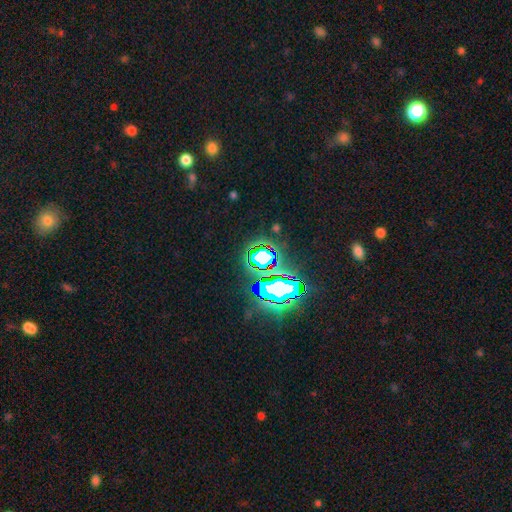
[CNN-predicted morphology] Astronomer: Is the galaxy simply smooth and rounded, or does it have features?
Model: star or artifact — 77%.